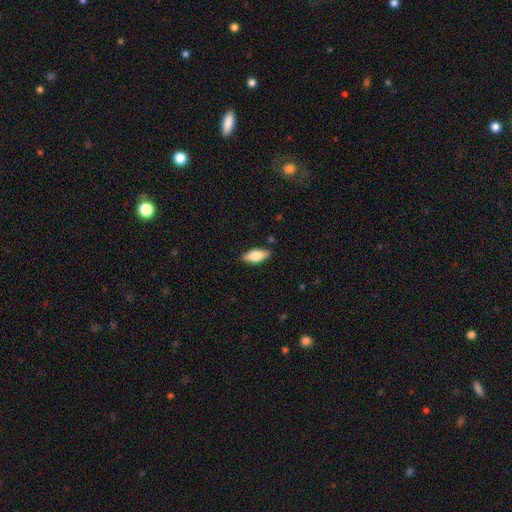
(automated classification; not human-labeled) Smooth or featured? smooth (75%)
How rounded? in between (81%)
Merging? none (87%)